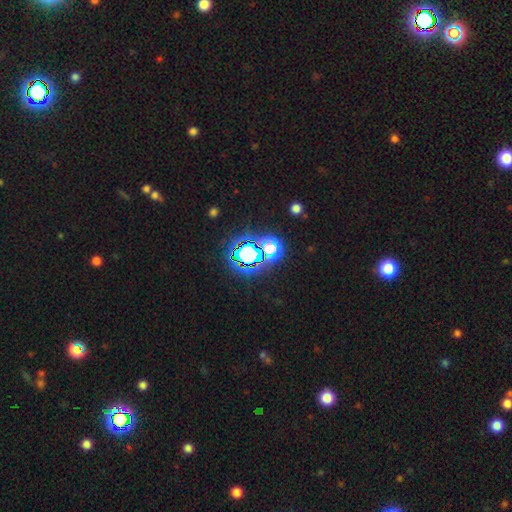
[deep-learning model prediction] smooth-or-featured: star or artifact: 77% | smooth: 15% | featured or disk: 8%